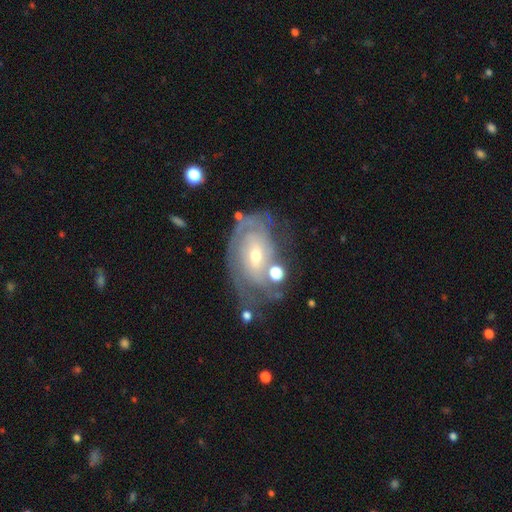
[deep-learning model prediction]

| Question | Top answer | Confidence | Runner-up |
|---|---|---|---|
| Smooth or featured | featured or disk | 81% | smooth (13%) |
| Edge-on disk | no | 95% | yes (5%) |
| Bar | no | 46% | weak (41%) |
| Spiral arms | yes | 87% | no (13%) |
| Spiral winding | tight | 67% | medium (26%) |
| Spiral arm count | can't tell | 47% | 2 (27%) |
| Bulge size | small | 50% | moderate (46%) |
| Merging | none | 56% | minor disturbance (23%) |